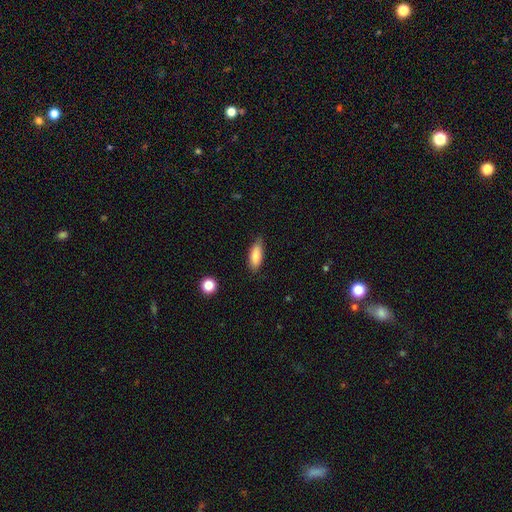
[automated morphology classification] Overall: smooth (84%). How rounded: in between (73%). Merging: none (76%).